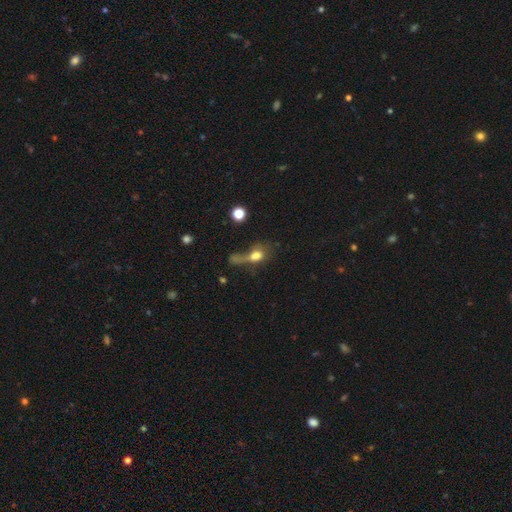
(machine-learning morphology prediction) This is likely a smooth galaxy (62%). How rounded: possibly in between (56%). Merging: marginally major disturbance (42%).